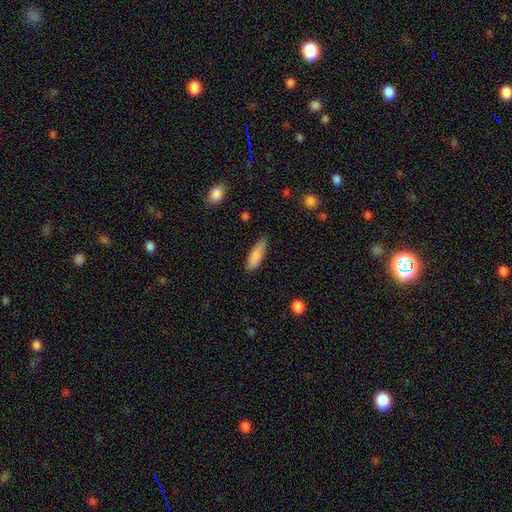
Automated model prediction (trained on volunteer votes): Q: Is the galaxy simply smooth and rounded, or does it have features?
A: smooth — 86%.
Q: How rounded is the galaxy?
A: cigar-shaped — 55%.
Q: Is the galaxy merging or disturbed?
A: none — 75%.